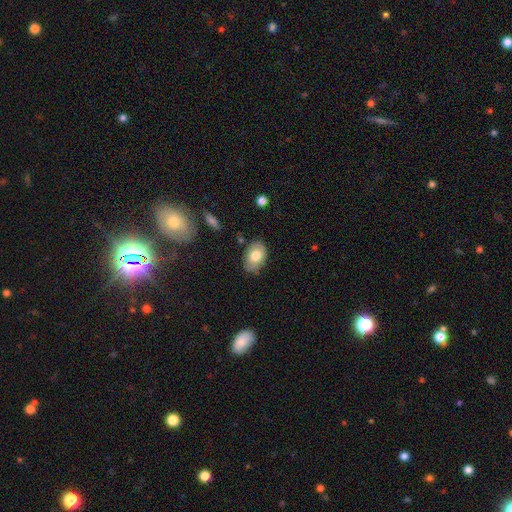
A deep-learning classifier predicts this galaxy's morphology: Smooth or featured? smooth (73%)
How rounded? in between (87%)
Merging? none (78%)